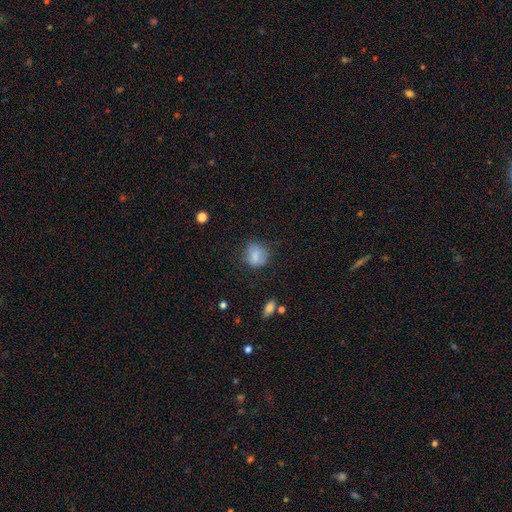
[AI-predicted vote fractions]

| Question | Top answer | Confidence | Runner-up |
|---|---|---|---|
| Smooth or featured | smooth | 76% | featured or disk (14%) |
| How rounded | round | 71% | in between (27%) |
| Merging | none | 67% | minor disturbance (22%) |